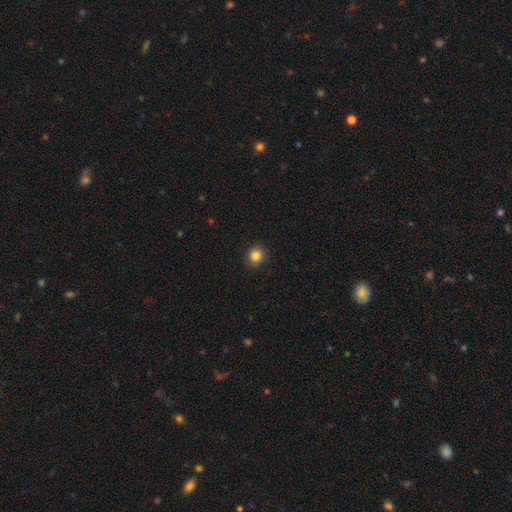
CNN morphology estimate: Smooth or featured? smooth (85%)
How rounded? round (90%)
Merging? none (91%)